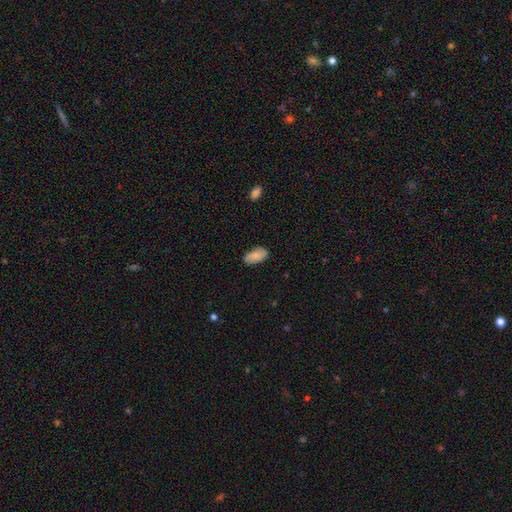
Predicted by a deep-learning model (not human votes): This is likely a smooth galaxy (77%). How rounded: clearly in between (93%). Merging: clearly none (81%).